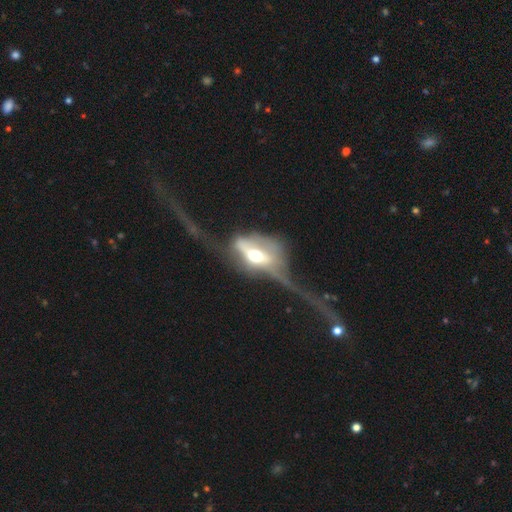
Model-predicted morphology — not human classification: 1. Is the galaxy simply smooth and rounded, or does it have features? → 61% featured or disk, 31% smooth, 7% star or artifact.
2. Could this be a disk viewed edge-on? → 69% no, 31% yes.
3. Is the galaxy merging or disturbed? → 62% major disturbance, 18% none, 13% minor disturbance, 7% merger.